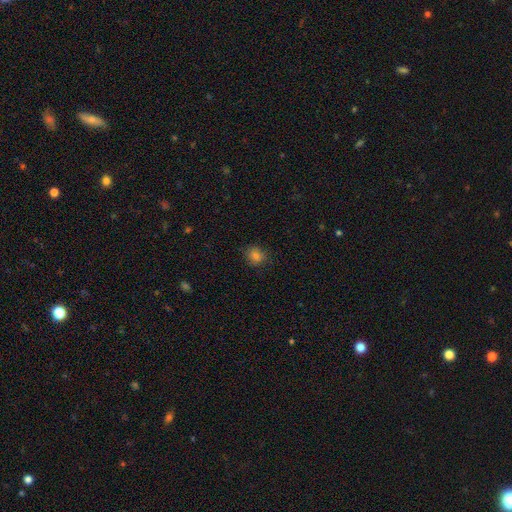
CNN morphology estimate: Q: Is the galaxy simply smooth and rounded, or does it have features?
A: smooth — 80%.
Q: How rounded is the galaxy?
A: round — 81%.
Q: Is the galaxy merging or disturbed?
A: none — 83%.